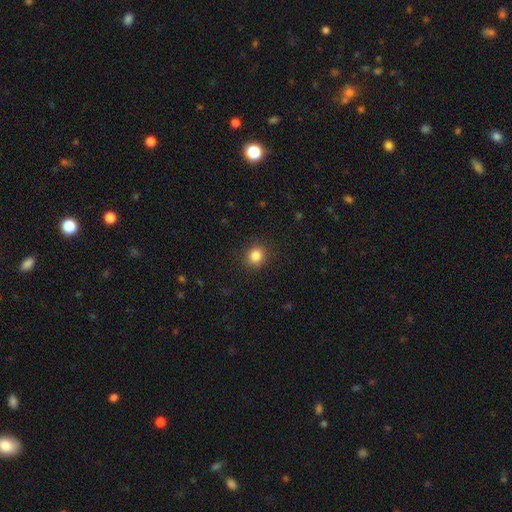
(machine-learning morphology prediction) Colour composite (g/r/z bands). It shows a smooth galaxy with no disk features (84%) that is round (80%). Merging: none (89%).